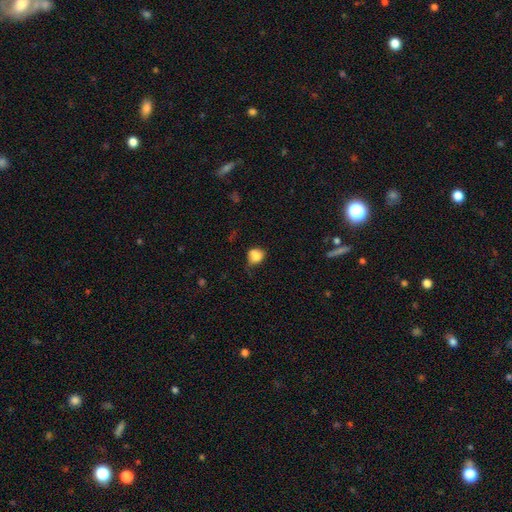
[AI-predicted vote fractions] smooth 80%, featured or disk 10%, star or artifact 10%. Down the decision tree: how rounded — round (64%); merging — none (41%).